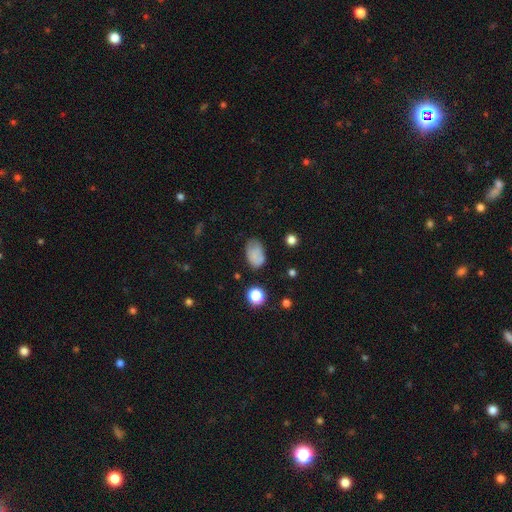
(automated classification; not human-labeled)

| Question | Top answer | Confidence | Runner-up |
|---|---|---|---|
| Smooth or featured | smooth | 75% | featured or disk (14%) |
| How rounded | in between | 87% | round (12%) |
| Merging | none | 63% | minor disturbance (25%) |